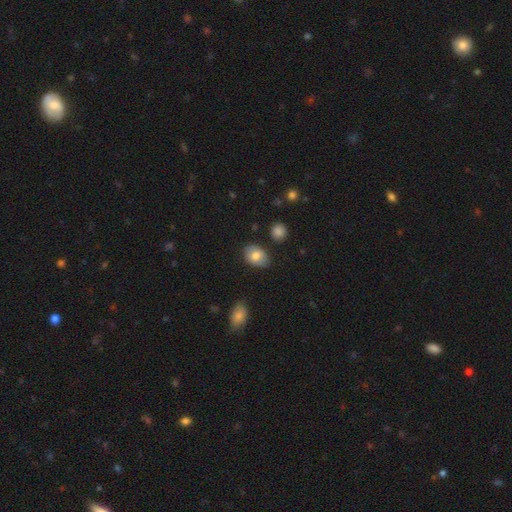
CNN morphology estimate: A smooth galaxy with no disk features (78%) that is in between round and cigar-shaped (75%). Merging: none (80%).